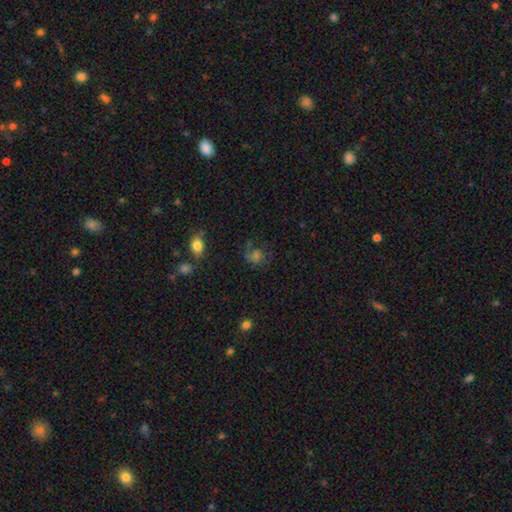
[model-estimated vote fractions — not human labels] Smooth or featured?
  - smooth: 48% *
  - featured or disk: 29%
  - star or artifact: 24%
Merging?
  - none: 55% *
  - minor disturbance: 21%
  - major disturbance: 20%
  - merger: 4%